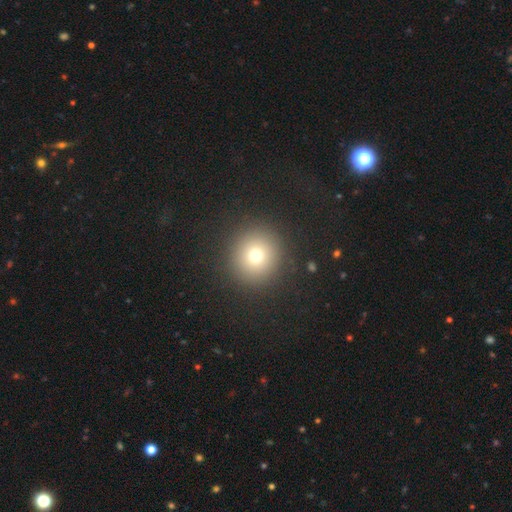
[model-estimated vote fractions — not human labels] Morphology: type=smooth (73%); roundness=round (93%); merging=none (91%).